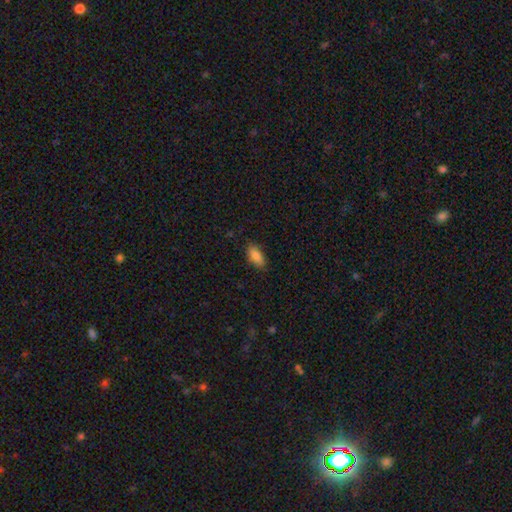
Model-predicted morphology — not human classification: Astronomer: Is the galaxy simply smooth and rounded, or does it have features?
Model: smooth — 85%.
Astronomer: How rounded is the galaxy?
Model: in between — 87%.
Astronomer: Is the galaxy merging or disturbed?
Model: none — 85%.